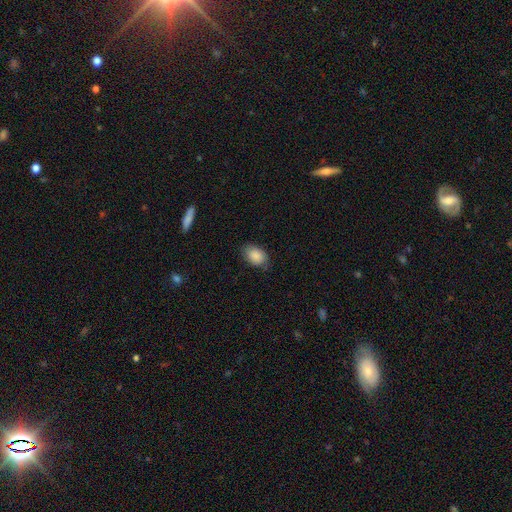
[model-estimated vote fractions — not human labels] The model was most divided on "merging": none: 78%, minor disturbance: 18%, major disturbance: 4%, merger: 1%. More confident: smooth or featured — smooth (88%); how rounded — in between (83%).